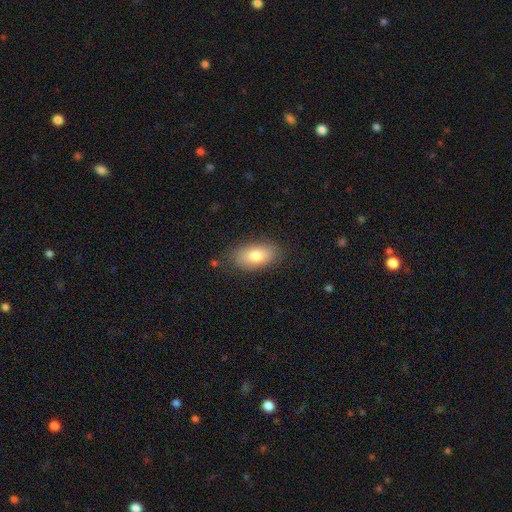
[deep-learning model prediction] smooth-or-featured: smooth: 78% | featured or disk: 14% | star or artifact: 7%
  how-rounded: in between: 92% | round: 5% | cigar-shaped: 4%
  merging: none: 80% | minor disturbance: 15% | major disturbance: 4% | merger: 2%